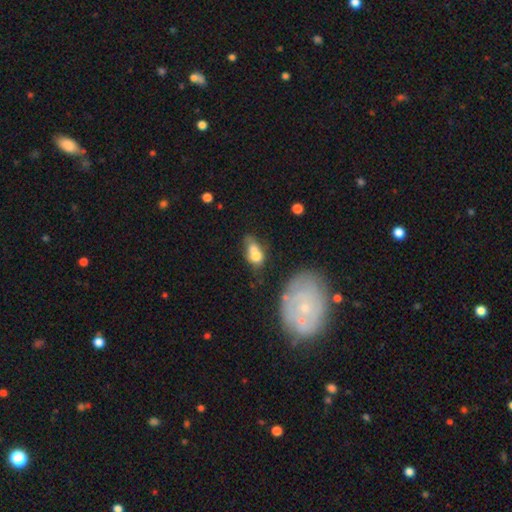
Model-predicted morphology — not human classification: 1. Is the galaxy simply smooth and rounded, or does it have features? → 64% smooth, 27% featured or disk, 9% star or artifact.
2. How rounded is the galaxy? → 73% in between, 22% round, 5% cigar-shaped.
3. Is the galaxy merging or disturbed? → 50% merger, 22% none, 15% minor disturbance, 13% major disturbance.